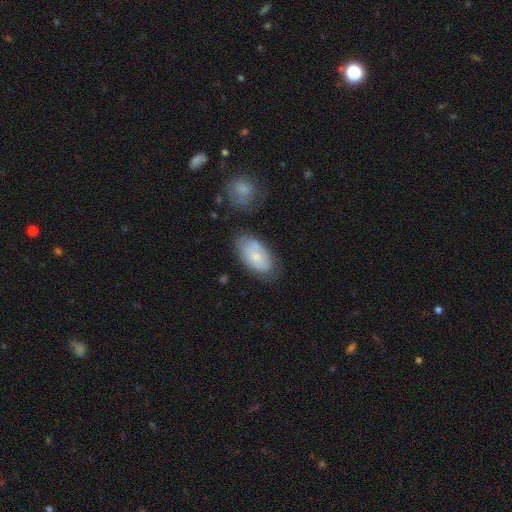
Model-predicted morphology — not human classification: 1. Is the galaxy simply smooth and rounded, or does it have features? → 66% smooth, 27% featured or disk, 7% star or artifact.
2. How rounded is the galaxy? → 94% in between, 4% round, 2% cigar-shaped.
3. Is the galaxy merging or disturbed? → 63% none, 22% minor disturbance, 8% merger, 6% major disturbance.